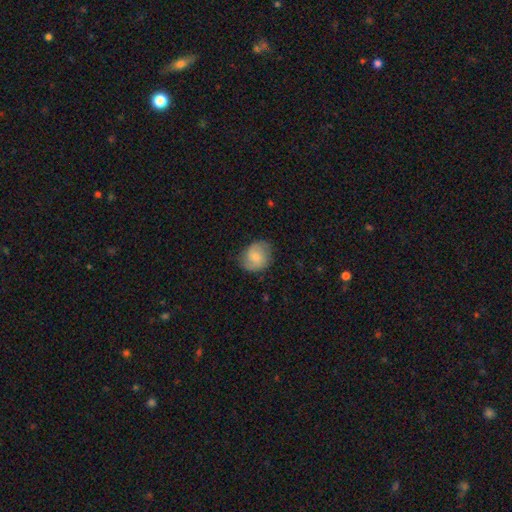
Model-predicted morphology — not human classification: This appears to be a smooth galaxy with no disk features (58%) that is round (64%). Merging: none (71%).